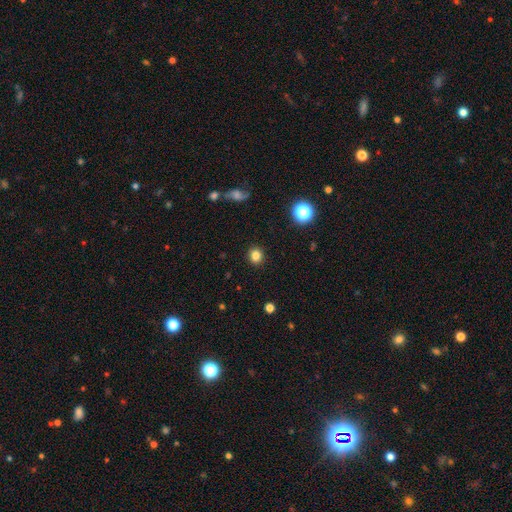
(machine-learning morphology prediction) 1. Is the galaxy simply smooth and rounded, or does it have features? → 83% smooth, 12% star or artifact, 5% featured or disk.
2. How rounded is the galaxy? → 79% round, 20% in between, 1% cigar-shaped.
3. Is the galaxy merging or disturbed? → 91% none, 6% minor disturbance, 2% major disturbance, 1% merger.